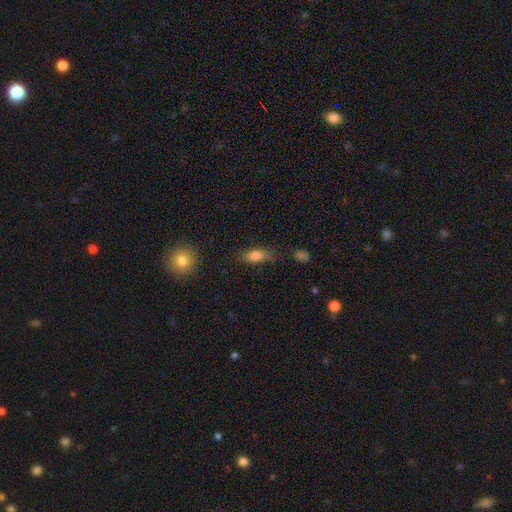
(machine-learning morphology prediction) Q: Smooth or featured?
A: smooth (81%); runner-up: featured or disk (10%)
Q: How rounded?
A: in between (83%); runner-up: cigar-shaped (12%)
Q: Merging?
A: none (64%); runner-up: minor disturbance (25%)